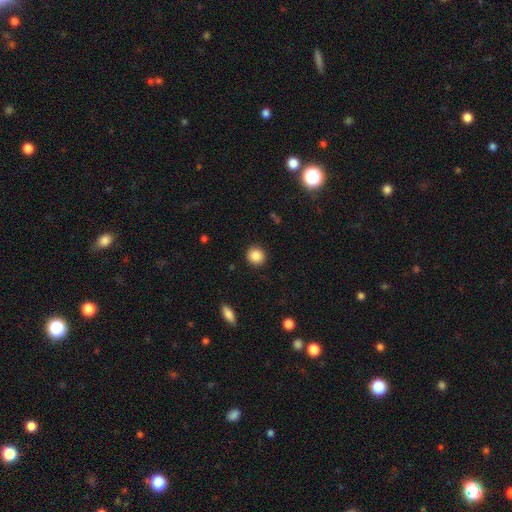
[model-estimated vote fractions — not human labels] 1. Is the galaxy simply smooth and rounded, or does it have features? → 86% smooth, 9% star or artifact, 5% featured or disk.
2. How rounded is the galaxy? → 89% round, 10% in between, 1% cigar-shaped.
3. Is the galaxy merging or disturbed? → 92% none, 5% minor disturbance, 2% major disturbance, 1% merger.